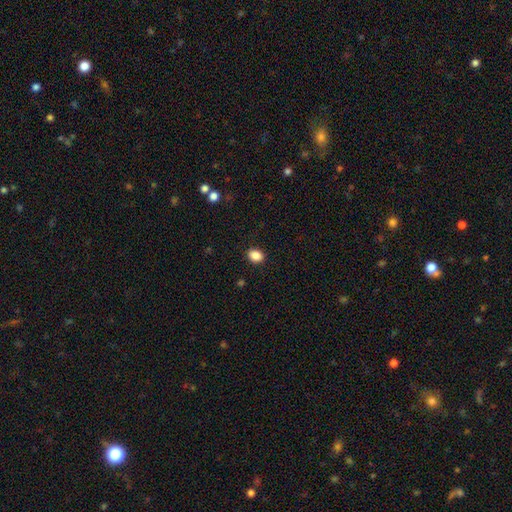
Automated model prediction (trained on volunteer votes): A smooth galaxy with no disk features (87%) that is in between round and cigar-shaped (58%). Merging: none (89%).